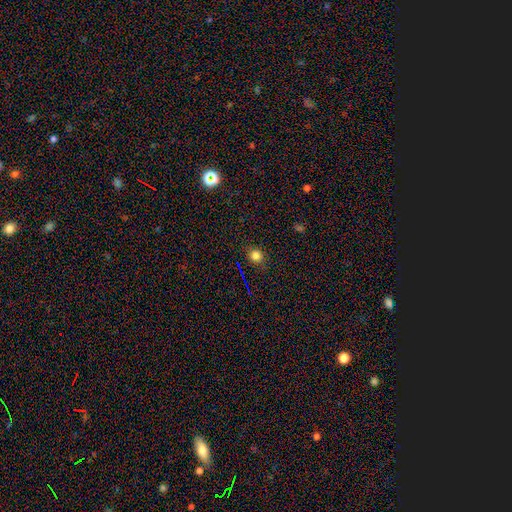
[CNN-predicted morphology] smooth_or_featured: smooth (p=0.78) [alt: star or artifact p=0.16]
how_rounded: round (p=0.83) [alt: in between p=0.16]
merging: none (p=0.88) [alt: minor disturbance p=0.08]